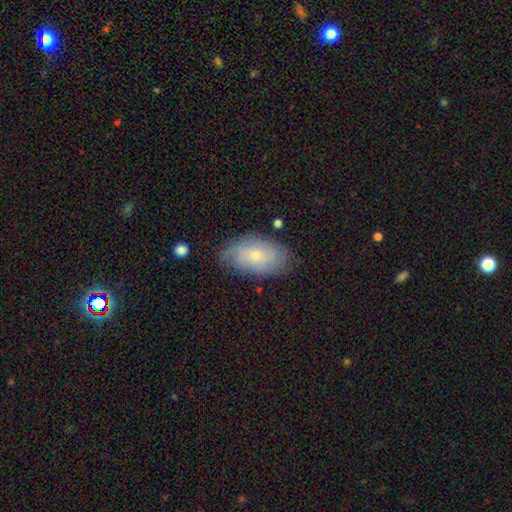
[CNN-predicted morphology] smooth_or_featured: featured or disk (p=0.46) [tied with: smooth p=0.46]
merging: none (p=0.75) [alt: minor disturbance p=0.19]